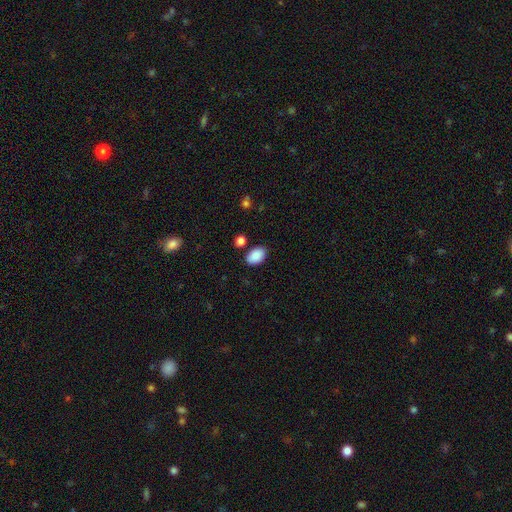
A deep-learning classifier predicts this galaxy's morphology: Smooth or featured? smooth (89%)
How rounded? in between (90%)
Merging? none (81%)